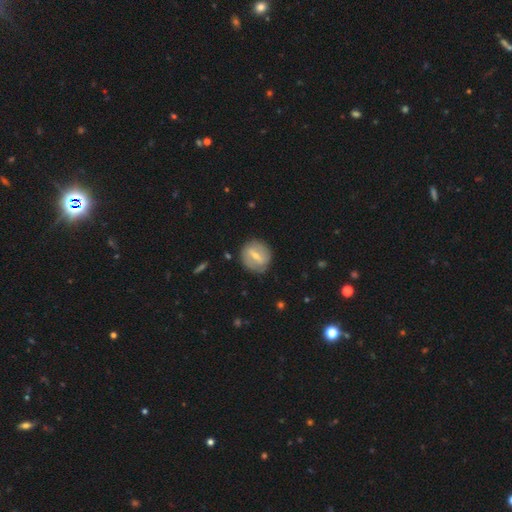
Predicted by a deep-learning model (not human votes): The model was most divided on "bar": strong: 48%, weak: 40%, no: 12%. More confident: edge-on disk — no (91%); merging — none (82%); spiral arms — no (61%); smooth or featured — featured or disk (56%); bulge size — small (53%).